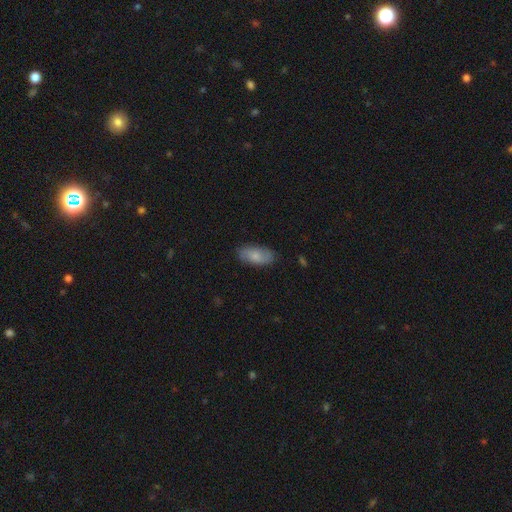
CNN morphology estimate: type=smooth (71%); roundness=in between (90%); merging=none (82%).